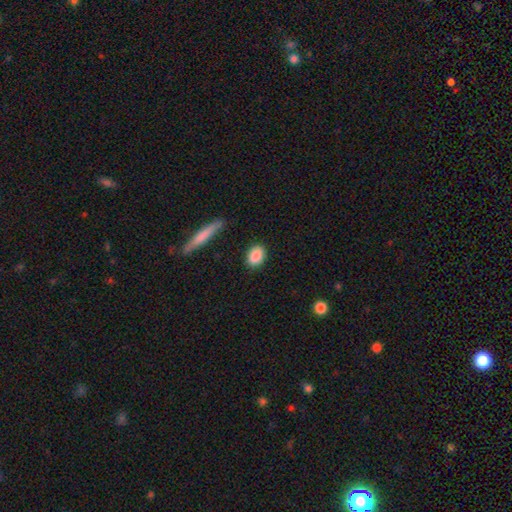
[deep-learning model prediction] Morphology: type=smooth (88%); roundness=in between (73%); merging=none (87%).